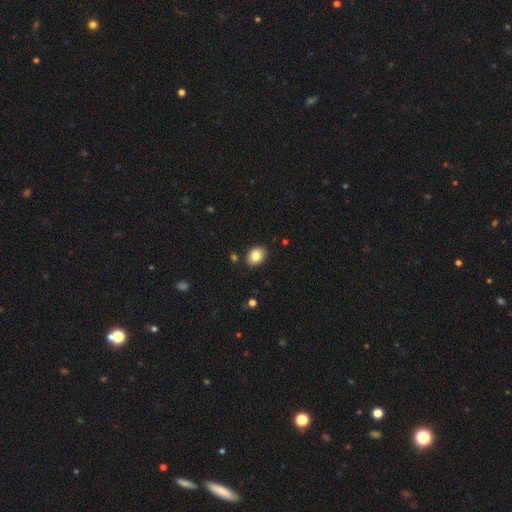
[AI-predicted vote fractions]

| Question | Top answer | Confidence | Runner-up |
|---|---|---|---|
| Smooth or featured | smooth | 85% | star or artifact (8%) |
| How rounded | in between | 66% | round (33%) |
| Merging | none | 87% | minor disturbance (9%) |